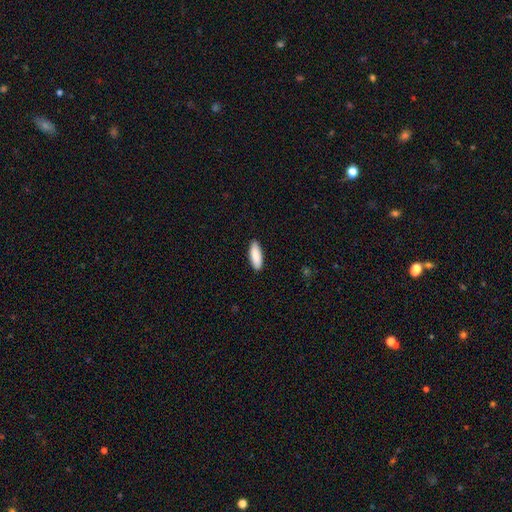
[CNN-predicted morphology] type=smooth (90%); roundness=in between (66%); merging=none (89%).